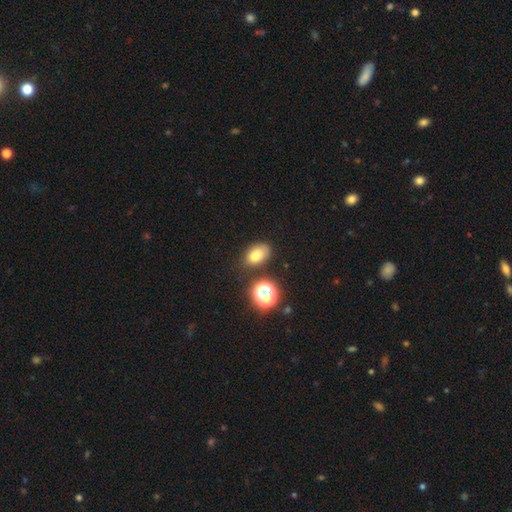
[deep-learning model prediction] smooth_or_featured: smooth (p=0.73) [alt: star or artifact p=0.17]
how_rounded: in between (p=0.82) [alt: round p=0.16]
merging: none (p=0.70) [alt: minor disturbance p=0.17]